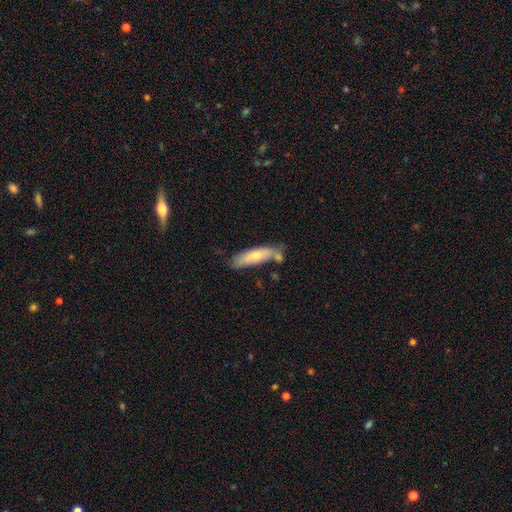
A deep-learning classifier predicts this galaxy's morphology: A smooth galaxy with no disk features (66%) that is cigar-shaped (56%). Merging: none (54%).